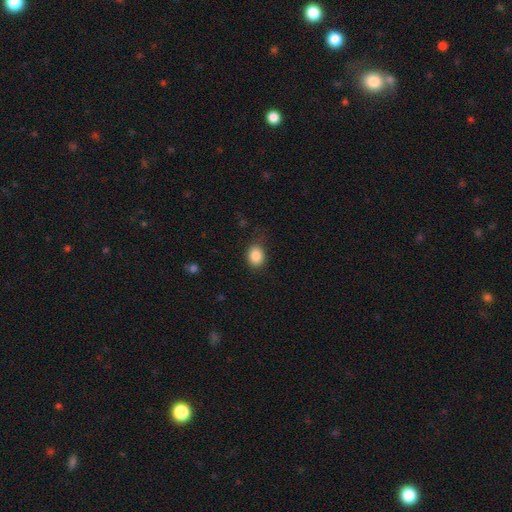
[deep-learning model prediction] Overall: smooth (87%). How rounded: round (54%; in between 45%). Merging: none (76%).